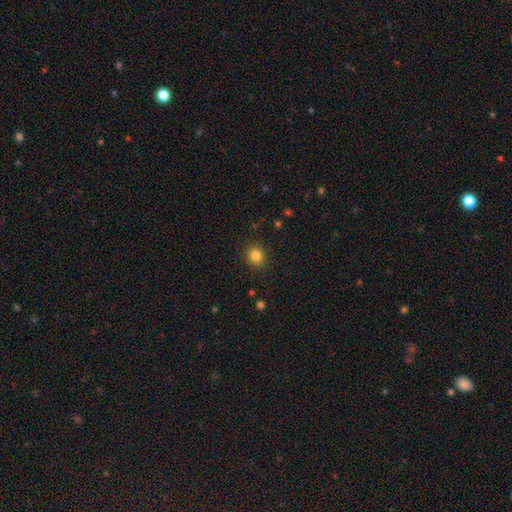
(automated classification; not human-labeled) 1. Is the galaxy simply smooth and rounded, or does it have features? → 83% smooth, 12% star or artifact, 5% featured or disk.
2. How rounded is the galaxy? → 86% round, 13% in between, 1% cigar-shaped.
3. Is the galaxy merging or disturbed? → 91% none, 6% minor disturbance, 2% major disturbance, 1% merger.